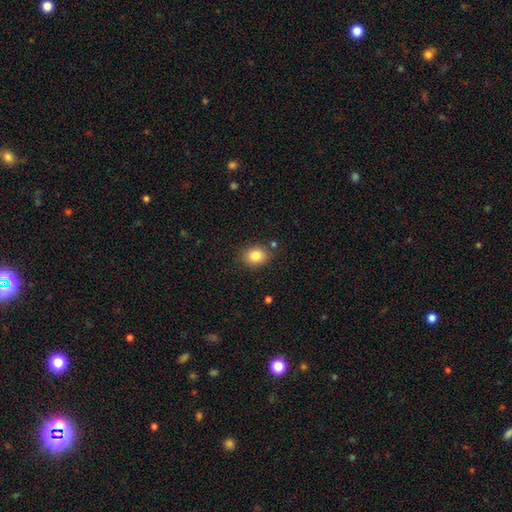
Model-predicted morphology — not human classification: A smooth galaxy with no disk features (84%) that is round (50%).

Vote fractions:
- Smooth or featured? smooth: 84% / star or artifact: 10% / featured or disk: 6%
- How rounded? round: 50% / in between: 49% / cigar-shaped: 1%
- Merging? none: 81% / minor disturbance: 12% / merger: 4% / major disturbance: 3%